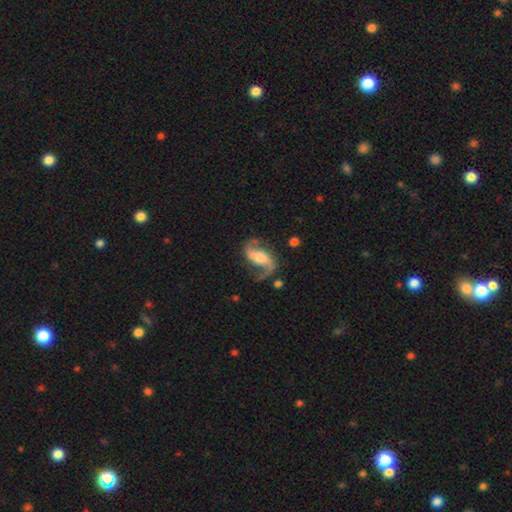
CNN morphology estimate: Smooth or featured? Predicted: featured or disk (p=0.89). Edge-on disk? Predicted: no (p=0.97). Bar? Predicted: weak (p=0.37). Spiral arms? Predicted: yes (p=0.97). Spiral winding? Predicted: loose (p=0.51). Spiral arm count? Predicted: 2 (p=0.92). Bulge size? Predicted: moderate (p=0.54). Merging? Predicted: none (p=0.74).